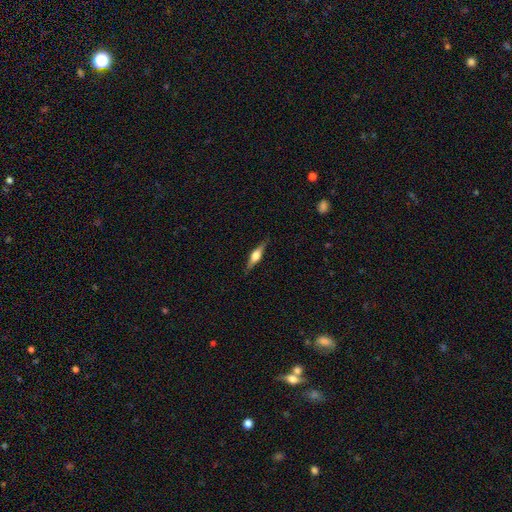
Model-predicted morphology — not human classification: This appears to be a featured or disk galaxy (64%) viewed edge-on (96%) with a rounded central bulge (90%). Merging: none (87%).